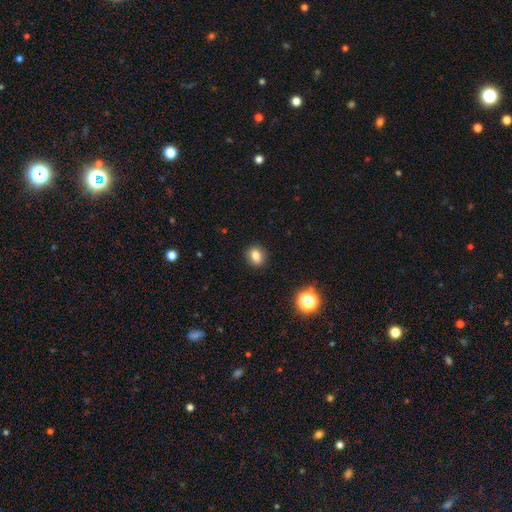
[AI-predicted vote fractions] smooth_or_featured: smooth (p=0.80) [alt: star or artifact p=0.12]
how_rounded: round (p=0.55) [alt: in between p=0.44]
merging: none (p=0.89) [alt: minor disturbance p=0.08]